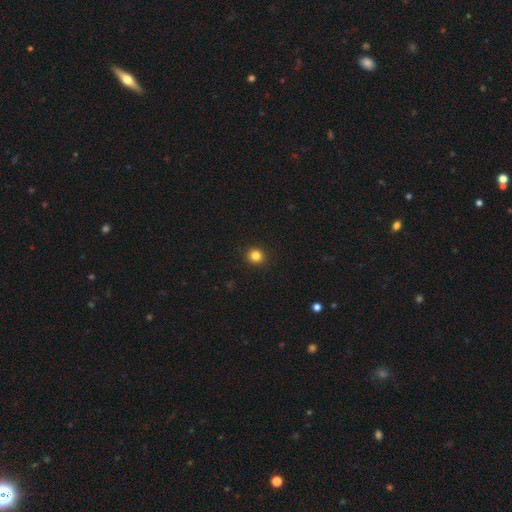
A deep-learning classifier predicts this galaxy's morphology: Q: Smooth or featured?
A: smooth (83%); runner-up: star or artifact (12%)
Q: How rounded?
A: round (92%); runner-up: in between (7%)
Q: Merging?
A: none (93%); runner-up: minor disturbance (5%)